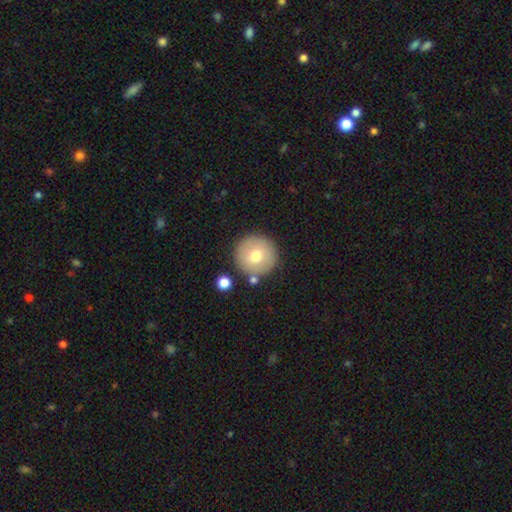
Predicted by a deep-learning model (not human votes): smooth-or-featured: smooth: 72% | featured or disk: 19% | star or artifact: 9%
  how-rounded: round: 96% | in between: 3% | cigar-shaped: 1%
  merging: none: 84% | minor disturbance: 8% | merger: 5% | major disturbance: 2%